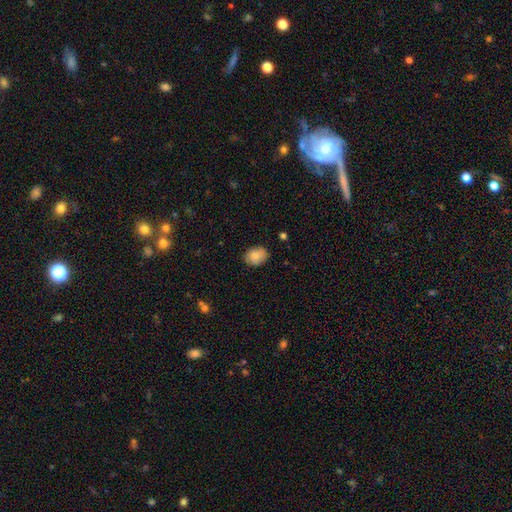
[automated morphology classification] smooth 82%, featured or disk 10%, star or artifact 8%. Down the decision tree: how rounded — in between (59%); merging — none (81%).